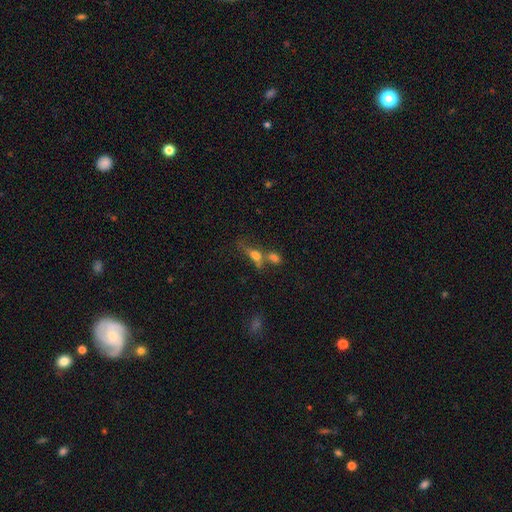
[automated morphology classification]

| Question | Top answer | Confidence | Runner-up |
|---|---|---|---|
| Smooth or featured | smooth | 60% | featured or disk (26%) |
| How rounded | in between | 60% | cigar-shaped (20%) |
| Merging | merger | 51% | none (27%) |